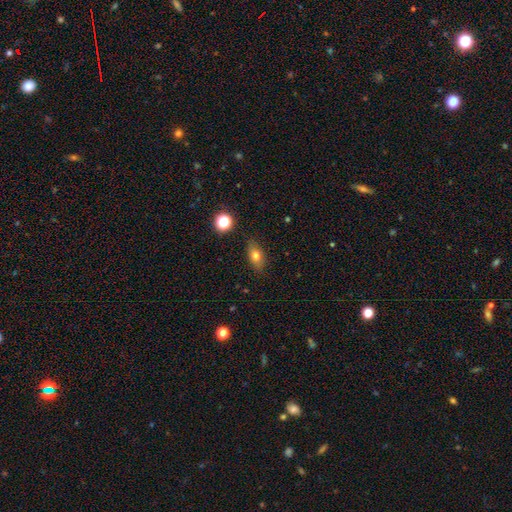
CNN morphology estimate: Q: Smooth or featured?
A: smooth (74%); runner-up: featured or disk (15%)
Q: How rounded?
A: in between (79%); runner-up: round (14%)
Q: Merging?
A: none (85%); runner-up: minor disturbance (11%)